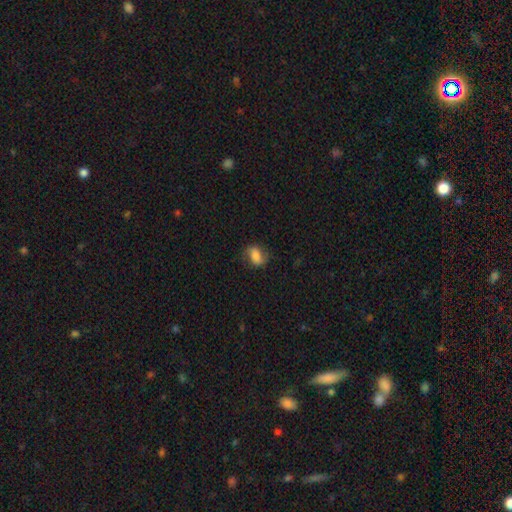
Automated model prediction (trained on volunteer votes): smooth_or_featured: smooth (p=0.74) [alt: featured or disk p=0.17]
how_rounded: in between (p=0.78) [alt: round p=0.19]
merging: none (p=0.71) [alt: minor disturbance p=0.20]